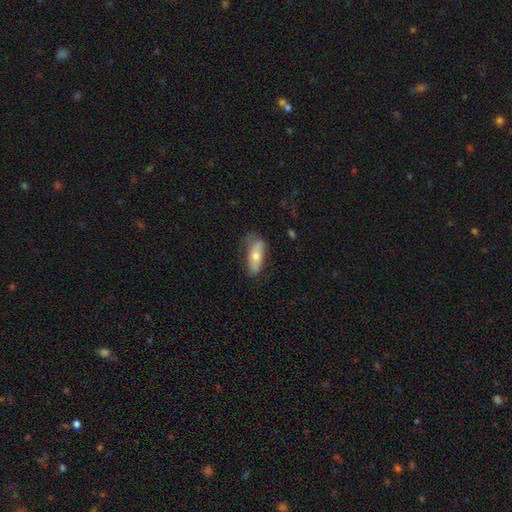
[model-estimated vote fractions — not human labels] Morphology: type=smooth (64%); roundness=in between (69%); merging=none (59%).